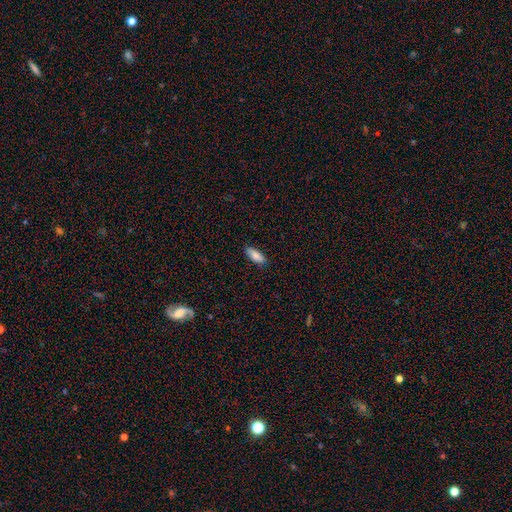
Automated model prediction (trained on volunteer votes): A smooth galaxy with no disk features (85%) that is in between round and cigar-shaped (73%).

Vote fractions:
- Smooth or featured? smooth: 85% / featured or disk: 8% / star or artifact: 7%
- How rounded? in between: 73% / cigar-shaped: 25% / round: 2%
- Merging? none: 86% / minor disturbance: 11% / major disturbance: 2% / merger: 1%